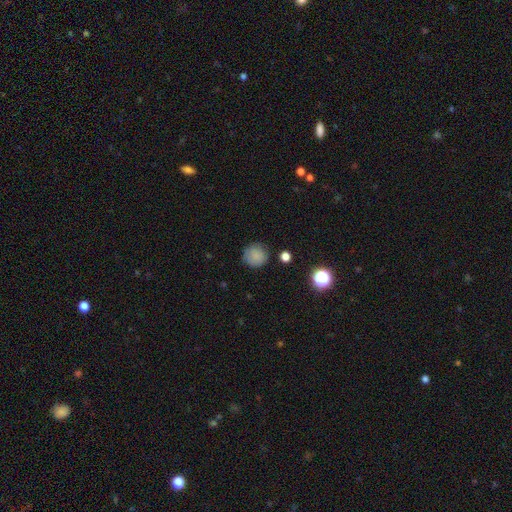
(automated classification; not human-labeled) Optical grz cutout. It shows a smooth galaxy with no disk features (83%) that is round (93%). Merging: none (83%).